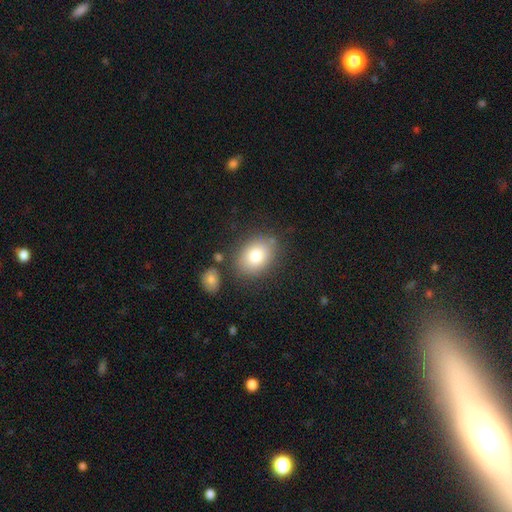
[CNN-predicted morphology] smooth_or_featured: smooth (p=0.80) [alt: featured or disk p=0.11]
how_rounded: in between (p=0.65) [alt: round p=0.34]
merging: none (p=0.76) [alt: minor disturbance p=0.13]